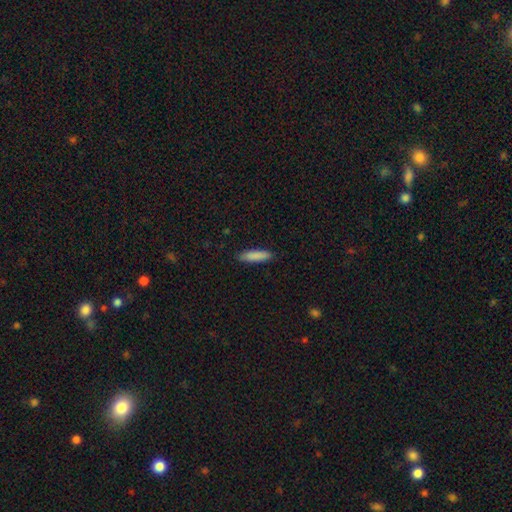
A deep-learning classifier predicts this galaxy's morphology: Smooth or featured? smooth (87%)
How rounded? cigar-shaped (75%)
Merging? none (89%)